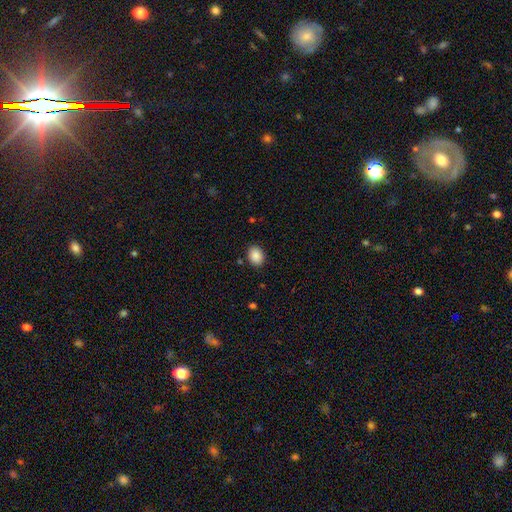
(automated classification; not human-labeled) A smooth galaxy with no disk features (88%) that is in between round and cigar-shaped (62%).

Vote fractions:
- Smooth or featured? smooth: 88% / star or artifact: 8% / featured or disk: 4%
- How rounded? in between: 62% / round: 37% / cigar-shaped: 1%
- Merging? none: 88% / minor disturbance: 8% / major disturbance: 2% / merger: 2%